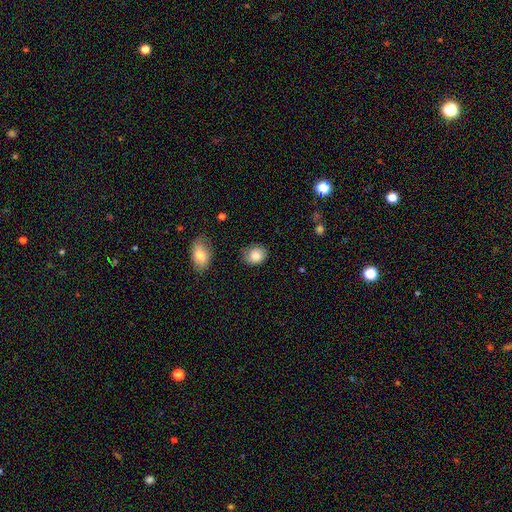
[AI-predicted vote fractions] This appears to be a smooth galaxy with no disk features (86%) that is round (54%). Merging: none (74%).